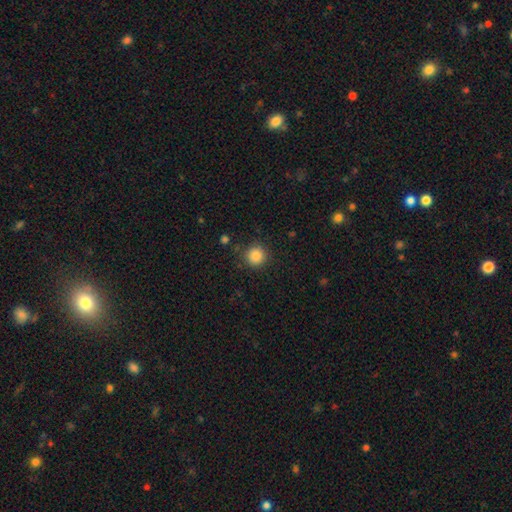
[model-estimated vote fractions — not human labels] Smooth or featured: smooth — 86% (star or artifact — 11%)
How rounded: round — 93% (in between — 6%)
Merging: none — 88% (minor disturbance — 8%)